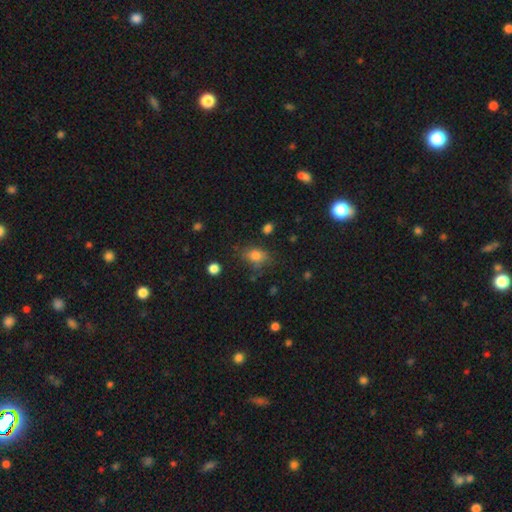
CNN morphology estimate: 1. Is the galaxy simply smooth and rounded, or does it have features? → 77% smooth, 13% star or artifact, 10% featured or disk.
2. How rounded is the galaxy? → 72% in between, 26% round, 2% cigar-shaped.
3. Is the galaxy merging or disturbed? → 65% none, 22% minor disturbance, 8% major disturbance, 4% merger.